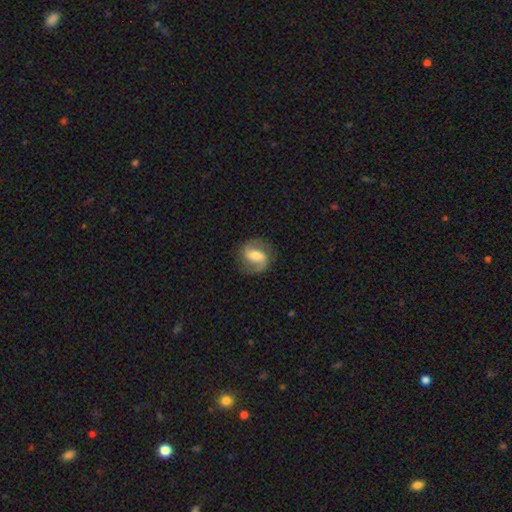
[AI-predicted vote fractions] Smooth or featured? Predicted: featured or disk (p=0.74). Edge-on disk? Predicted: no (p=0.97). Bar? Predicted: weak (p=0.42). Spiral arms? Predicted: yes (p=0.92). Spiral winding? Predicted: medium (p=0.47). Spiral arm count? Predicted: 2 (p=0.89). Bulge size? Predicted: moderate (p=0.58). Merging? Predicted: none (p=0.79).